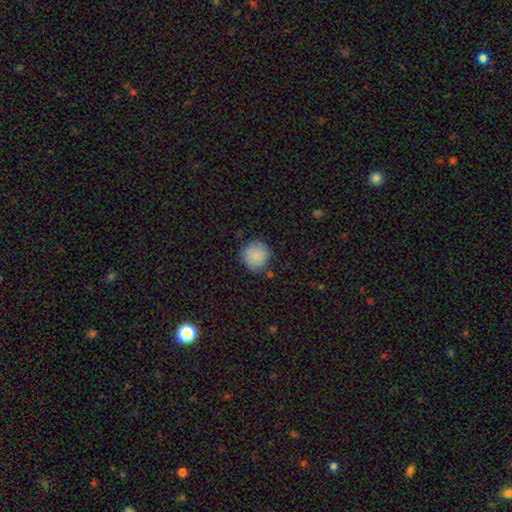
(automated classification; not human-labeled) The model was most divided on "merging": none: 80%, minor disturbance: 14%, major disturbance: 3%, merger: 2%. More confident: how rounded — round (92%); smooth or featured — smooth (87%).